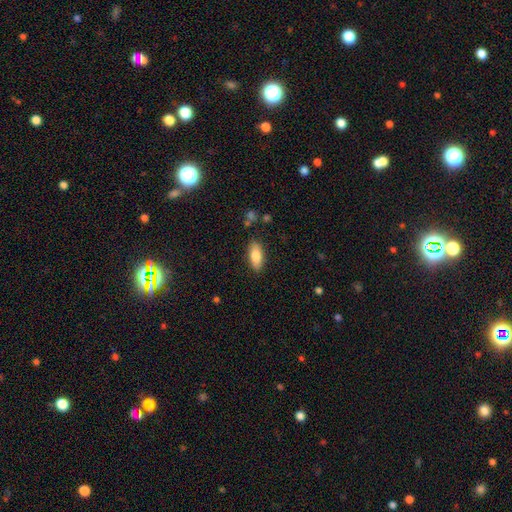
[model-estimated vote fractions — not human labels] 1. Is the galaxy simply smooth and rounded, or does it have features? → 81% smooth, 12% featured or disk, 7% star or artifact.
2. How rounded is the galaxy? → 84% in between, 14% cigar-shaped, 2% round.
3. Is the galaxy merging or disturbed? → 85% none, 11% minor disturbance, 2% major disturbance, 2% merger.